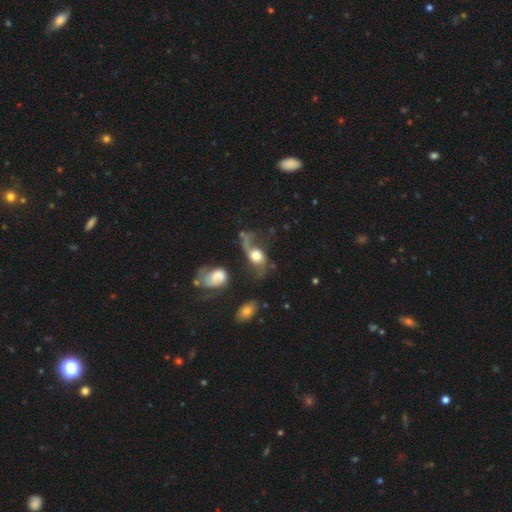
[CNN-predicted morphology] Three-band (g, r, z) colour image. It shows a featured or disk galaxy (62%) with no bar (68%), spiral arms (83%) and a large central bulge (43%). Merging: major disturbance (38%).